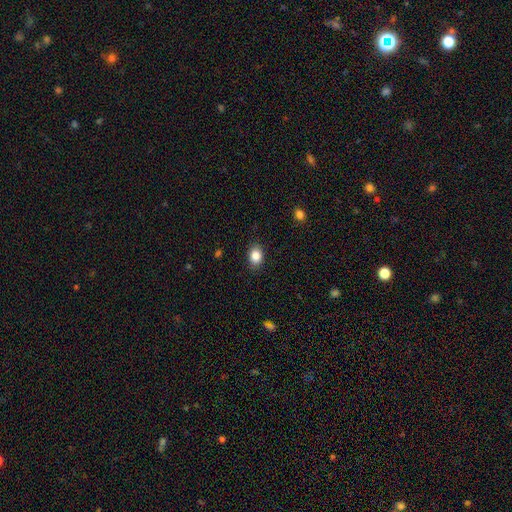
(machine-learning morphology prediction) Q: Smooth or featured?
A: smooth (86%); runner-up: star or artifact (9%)
Q: How rounded?
A: in between (65%); runner-up: round (34%)
Q: Merging?
A: none (87%); runner-up: minor disturbance (9%)